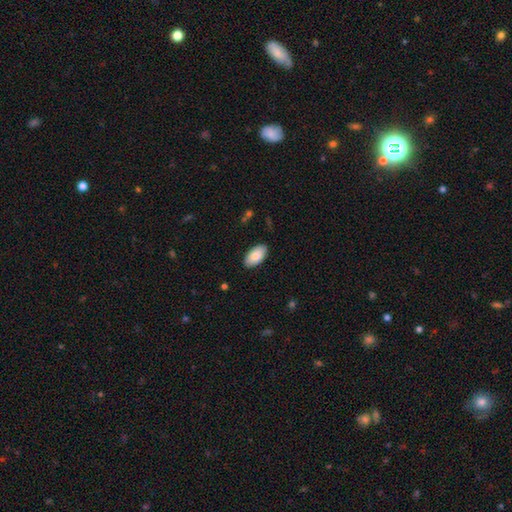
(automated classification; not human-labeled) Smooth or featured? smooth (84%)
How rounded? in between (96%)
Merging? none (88%)